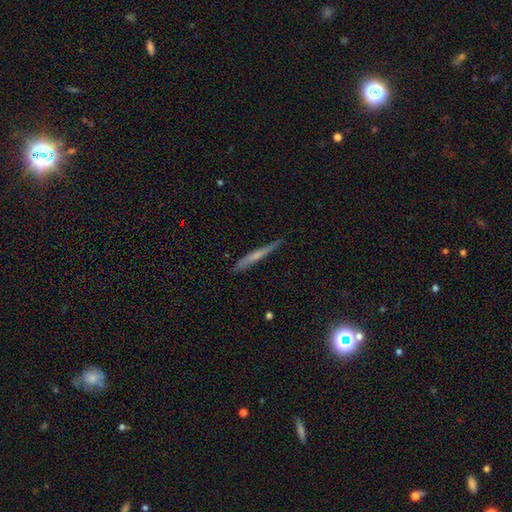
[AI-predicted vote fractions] Smooth or featured? smooth (51%)
How rounded? cigar-shaped (96%)
Merging? none (81%)